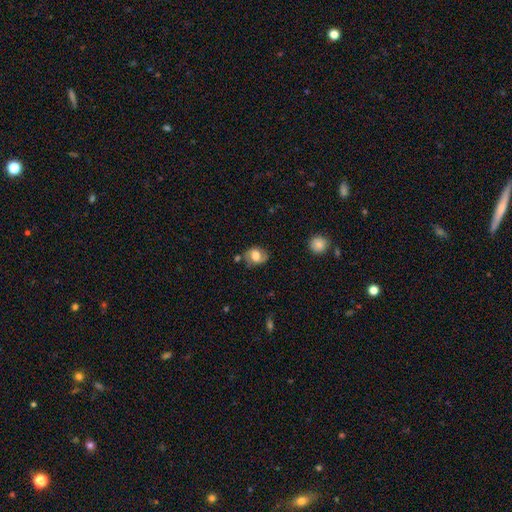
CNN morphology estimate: Q: Smooth or featured?
A: smooth (54%); runner-up: featured or disk (37%)
Q: How rounded?
A: in between (54%); runner-up: round (44%)
Q: Merging?
A: none (68%); runner-up: minor disturbance (21%)